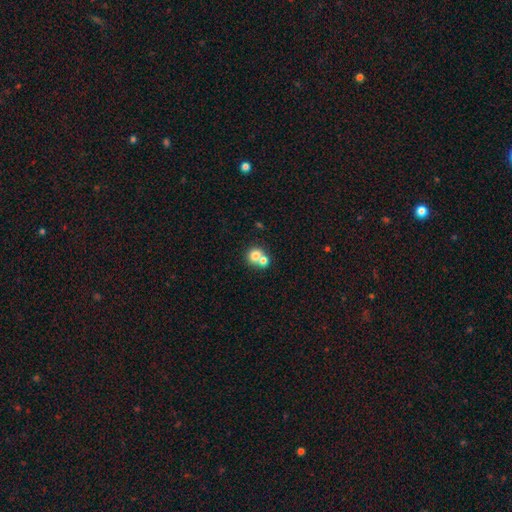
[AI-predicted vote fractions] This appears to be a smooth galaxy with no disk features (74%) that is round (77%). Merging: merger (55%).